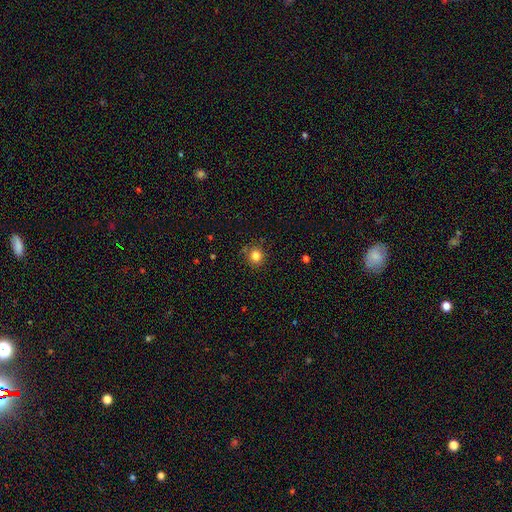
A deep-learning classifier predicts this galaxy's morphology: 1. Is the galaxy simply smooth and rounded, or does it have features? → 82% smooth, 12% star or artifact, 6% featured or disk.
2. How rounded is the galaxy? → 90% round, 9% in between, 1% cigar-shaped.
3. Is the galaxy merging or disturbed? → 85% none, 10% minor disturbance, 3% merger, 3% major disturbance.